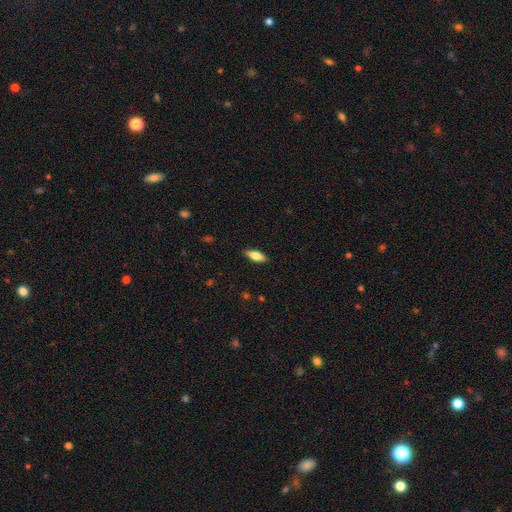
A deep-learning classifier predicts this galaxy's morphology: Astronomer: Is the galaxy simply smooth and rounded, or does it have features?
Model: smooth — 71%.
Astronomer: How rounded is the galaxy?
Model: in between — 72%.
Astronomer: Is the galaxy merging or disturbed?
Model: none — 88%.